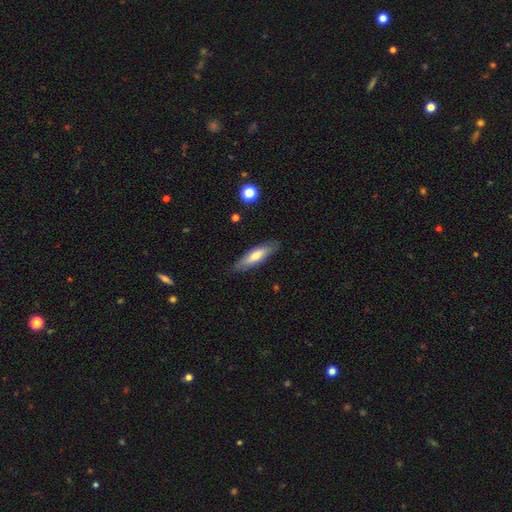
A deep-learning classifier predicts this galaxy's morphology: Q: Smooth or featured?
A: smooth (66%); runner-up: featured or disk (28%)
Q: How rounded?
A: cigar-shaped (65%); runner-up: in between (34%)
Q: Merging?
A: none (86%); runner-up: minor disturbance (11%)